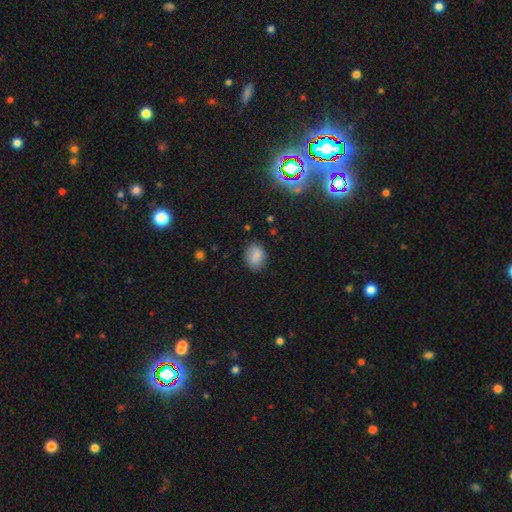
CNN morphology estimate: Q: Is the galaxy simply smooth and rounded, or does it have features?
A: smooth — 83%.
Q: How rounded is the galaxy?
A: in between — 69%.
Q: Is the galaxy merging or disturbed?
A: none — 75%.